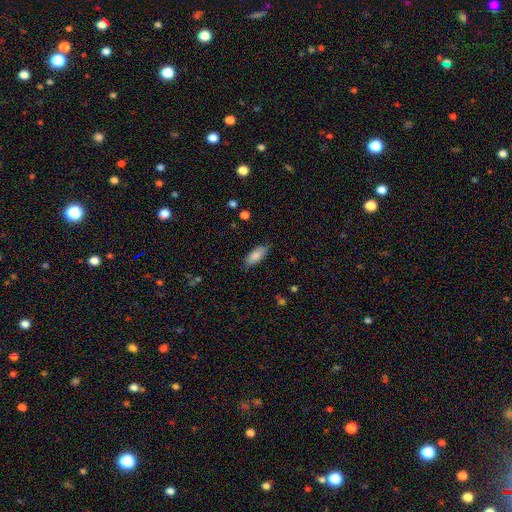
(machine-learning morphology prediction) This appears to be a smooth galaxy with no disk features (86%) that is in between round and cigar-shaped (81%). Merging: none (82%).